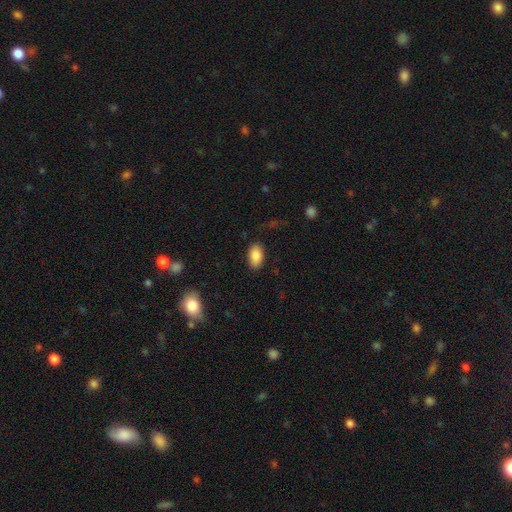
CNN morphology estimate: A smooth galaxy with no disk features (88%) that is in between round and cigar-shaped (94%).

Vote fractions:
- Smooth or featured? smooth: 88% / star or artifact: 7% / featured or disk: 5%
- How rounded? in between: 94% / round: 5% / cigar-shaped: 2%
- Merging? none: 87% / minor disturbance: 9% / major disturbance: 3% / merger: 1%